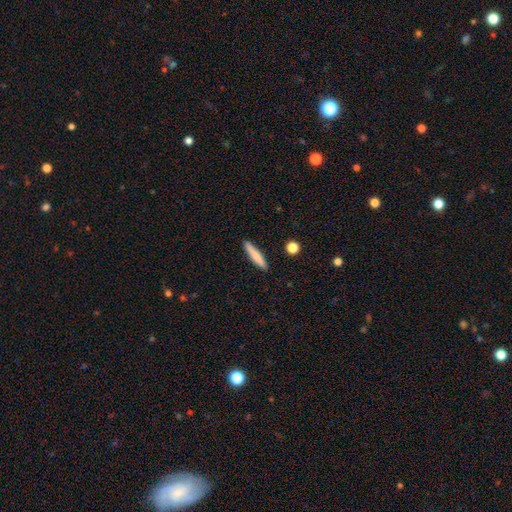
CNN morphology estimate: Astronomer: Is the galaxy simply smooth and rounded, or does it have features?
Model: smooth — 76%.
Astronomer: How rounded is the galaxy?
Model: cigar-shaped — 90%.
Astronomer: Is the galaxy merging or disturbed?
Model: none — 90%.